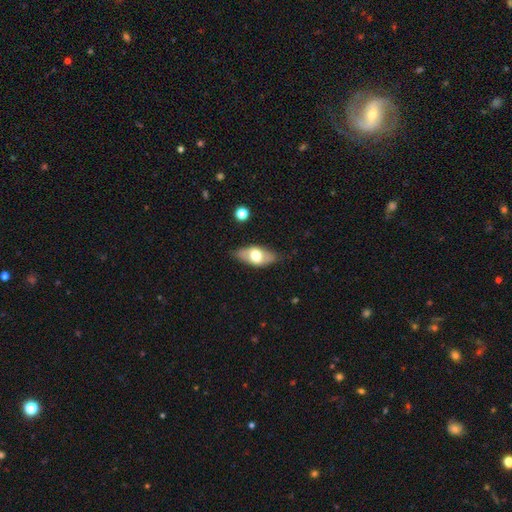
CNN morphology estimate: Overall: smooth (55%; featured or disk 39%). How rounded: in between (87%). Merging: none (76%).